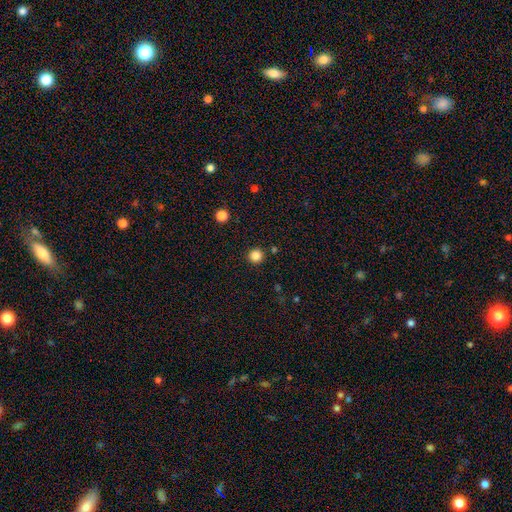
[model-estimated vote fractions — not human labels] smooth 84%, star or artifact 12%, featured or disk 4%. Down the decision tree: how rounded — round (95%); merging — none (92%).